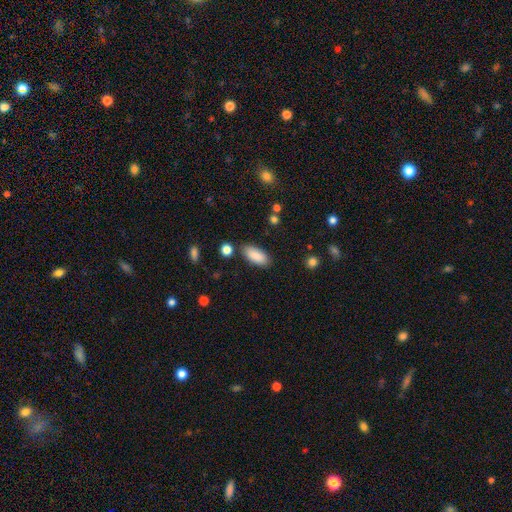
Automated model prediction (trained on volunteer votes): Smooth or featured: smooth — 89% (star or artifact — 6%)
How rounded: in between — 86% (cigar-shaped — 12%)
Merging: none — 84% (minor disturbance — 10%)